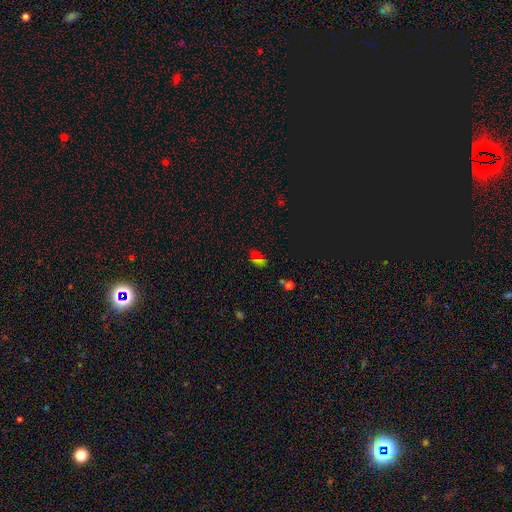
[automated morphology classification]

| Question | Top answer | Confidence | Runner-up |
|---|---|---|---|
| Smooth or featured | star or artifact | 47% | smooth (45%) |